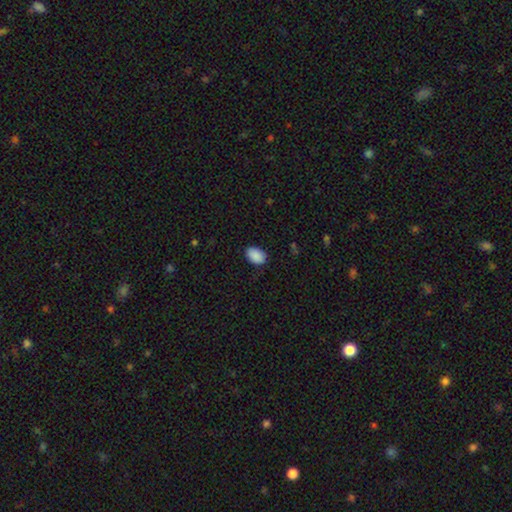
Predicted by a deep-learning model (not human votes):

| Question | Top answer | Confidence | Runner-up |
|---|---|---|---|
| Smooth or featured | smooth | 90% | star or artifact (7%) |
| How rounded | in between | 86% | round (13%) |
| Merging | none | 85% | minor disturbance (12%) |